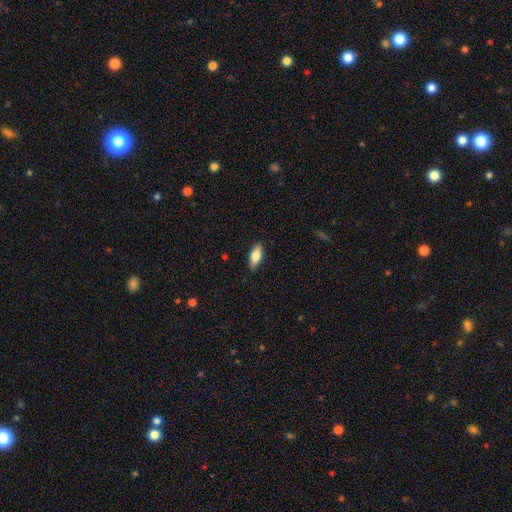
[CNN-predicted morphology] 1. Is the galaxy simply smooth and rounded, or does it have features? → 76% smooth, 18% featured or disk, 6% star or artifact.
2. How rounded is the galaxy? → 78% in between, 19% cigar-shaped, 2% round.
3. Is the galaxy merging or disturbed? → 86% none, 11% minor disturbance, 2% major disturbance, 1% merger.